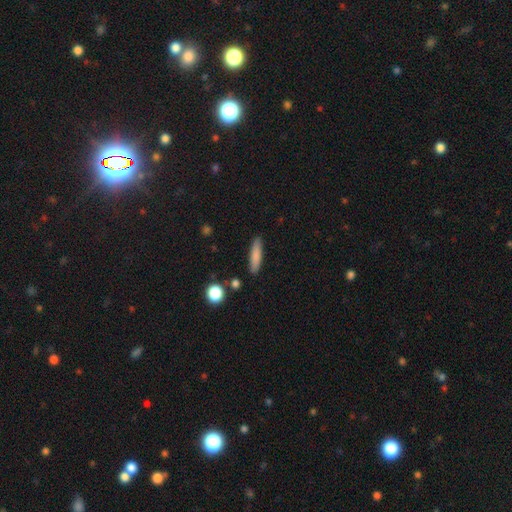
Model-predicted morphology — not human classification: Smooth or featured: smooth — 80% (featured or disk — 12%)
How rounded: cigar-shaped — 78% (in between — 20%)
Merging: none — 86% (minor disturbance — 10%)